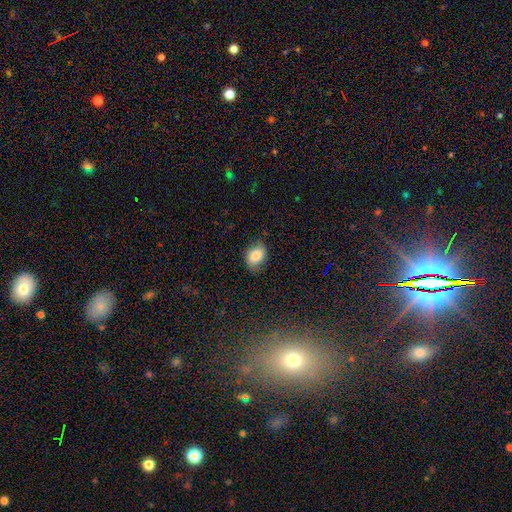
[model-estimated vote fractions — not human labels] Morphology: type=smooth (82%); roundness=in between (66%); merging=none (75%).